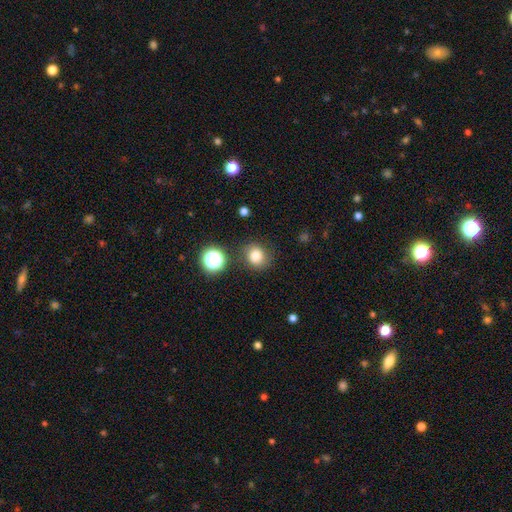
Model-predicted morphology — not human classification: smooth 78%, star or artifact 14%, featured or disk 8%. Down the decision tree: how rounded — round (81%); merging — none (82%).